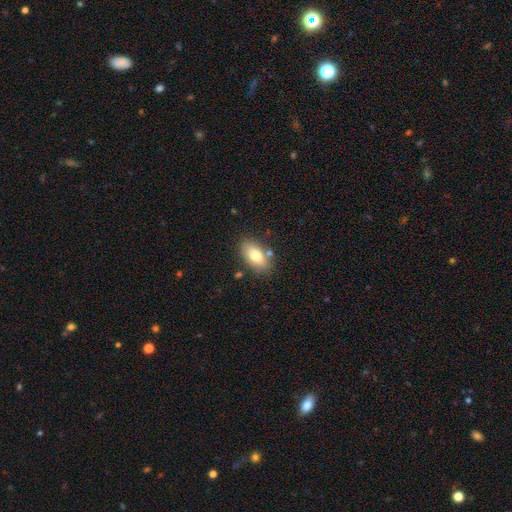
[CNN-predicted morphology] smooth_or_featured: smooth (p=0.76) [alt: featured or disk p=0.16]
how_rounded: in between (p=0.91) [alt: round p=0.05]
merging: none (p=0.80) [alt: minor disturbance p=0.12]